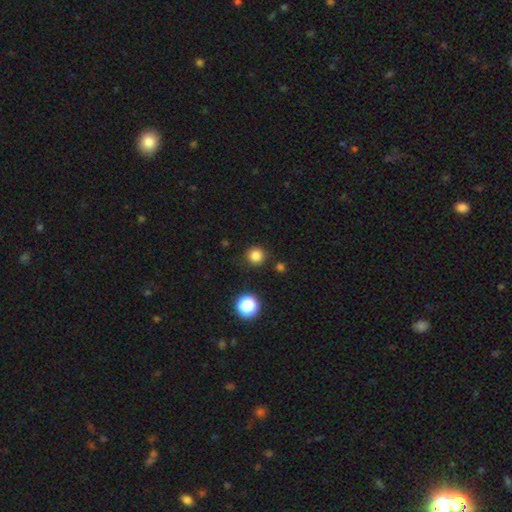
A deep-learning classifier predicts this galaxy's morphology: smooth_or_featured: smooth (p=0.82) [alt: star or artifact p=0.14]
how_rounded: round (p=0.94) [alt: in between p=0.05]
merging: none (p=0.88) [alt: minor disturbance p=0.07]